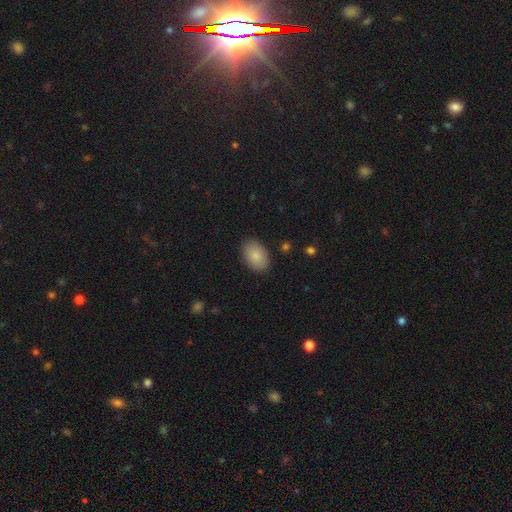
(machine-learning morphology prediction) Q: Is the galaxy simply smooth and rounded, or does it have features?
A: smooth — 87%.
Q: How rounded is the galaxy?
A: in between — 89%.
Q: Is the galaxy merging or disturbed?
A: none — 87%.